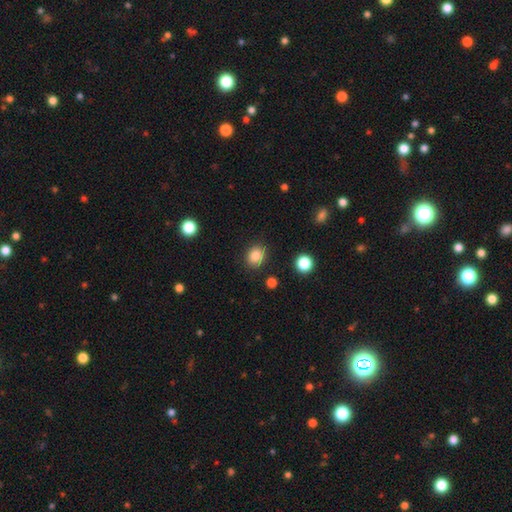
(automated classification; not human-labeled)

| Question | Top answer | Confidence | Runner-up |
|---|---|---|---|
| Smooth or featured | smooth | 85% | star or artifact (10%) |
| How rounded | round | 66% | in between (33%) |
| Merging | none | 86% | minor disturbance (10%) |